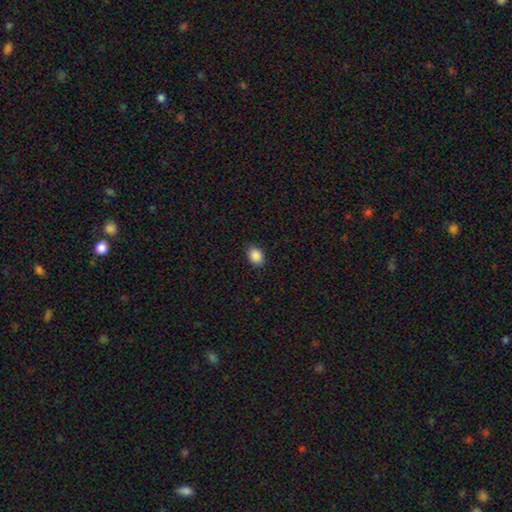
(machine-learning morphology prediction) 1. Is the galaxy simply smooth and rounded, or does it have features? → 88% smooth, 9% star or artifact, 3% featured or disk.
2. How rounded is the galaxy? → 68% in between, 31% round, 1% cigar-shaped.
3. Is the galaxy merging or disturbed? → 87% none, 10% minor disturbance, 2% major disturbance, 1% merger.